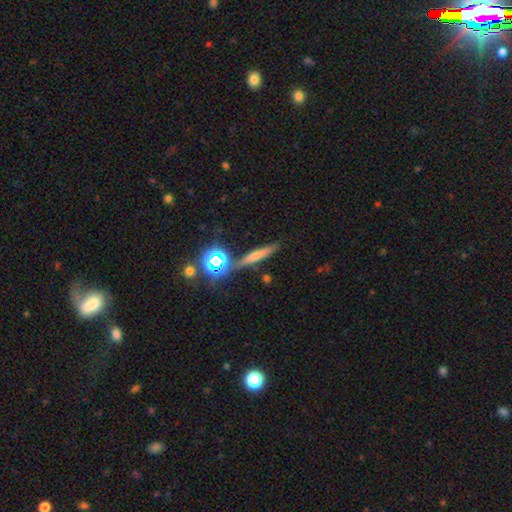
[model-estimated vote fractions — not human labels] Smooth or featured: smooth — 55% (featured or disk — 27%)
How rounded: cigar-shaped — 84% (in between — 9%)
Merging: none — 80% (minor disturbance — 10%)